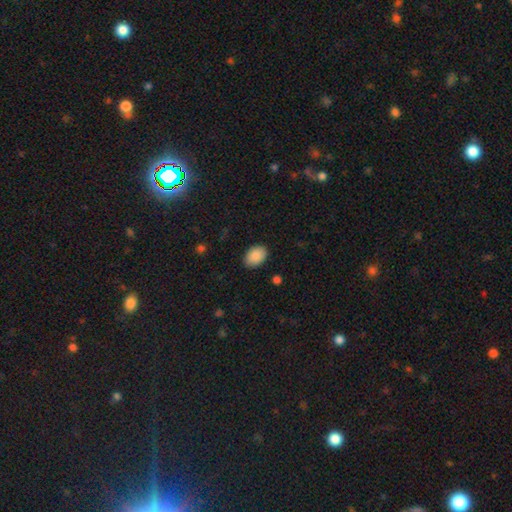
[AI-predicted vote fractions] This is clearly a smooth galaxy (90%). How rounded: clearly in between (85%). Merging: clearly none (87%).